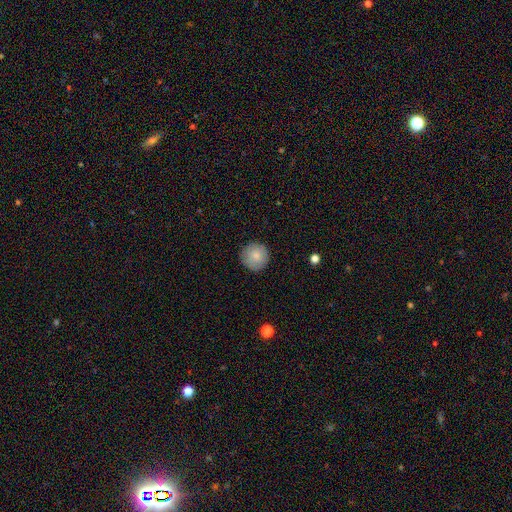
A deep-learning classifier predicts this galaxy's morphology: The model was most divided on "smooth or featured": smooth: 83%, featured or disk: 10%, star or artifact: 7%. More confident: how rounded — round (96%); merging — none (89%).